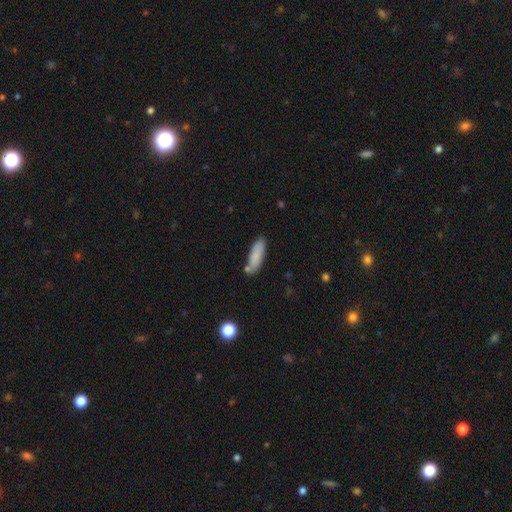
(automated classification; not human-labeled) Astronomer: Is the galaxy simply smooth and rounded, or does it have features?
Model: smooth — 83%.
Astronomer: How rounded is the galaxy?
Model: cigar-shaped — 52% (runner-up: in between, 46%).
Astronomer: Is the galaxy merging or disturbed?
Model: none — 74%.